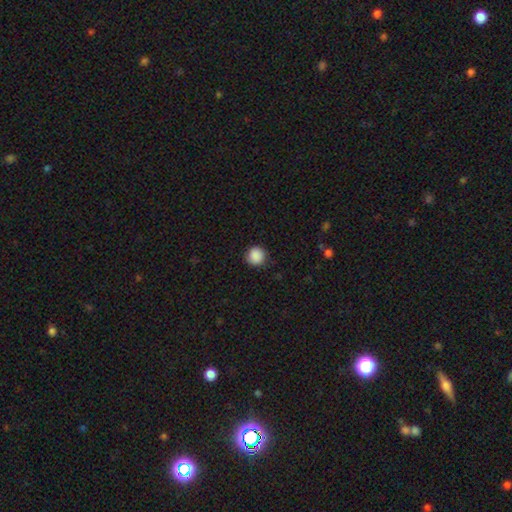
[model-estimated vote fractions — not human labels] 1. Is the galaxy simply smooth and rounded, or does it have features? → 89% smooth, 8% star or artifact, 3% featured or disk.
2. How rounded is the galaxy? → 93% round, 6% in between, 1% cigar-shaped.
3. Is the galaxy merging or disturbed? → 89% none, 8% minor disturbance, 2% major disturbance, 1% merger.